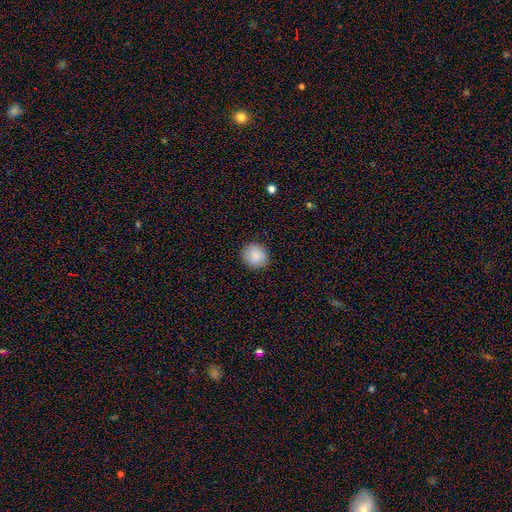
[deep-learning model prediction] This is clearly a smooth galaxy (86%). How rounded: likely round (77%). Merging: clearly none (89%).